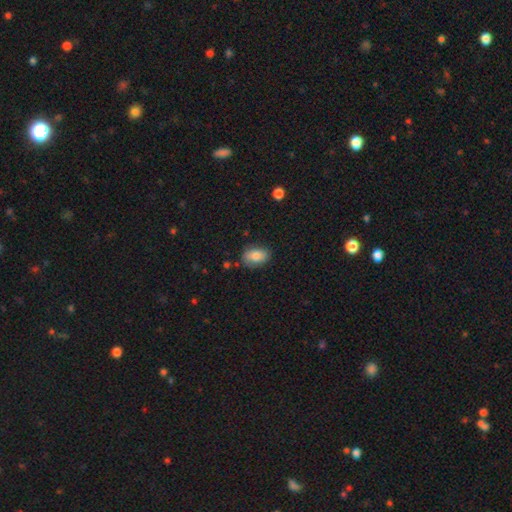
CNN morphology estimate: This is clearly a smooth galaxy (82%). How rounded: clearly in between (85%). Merging: likely none (75%).